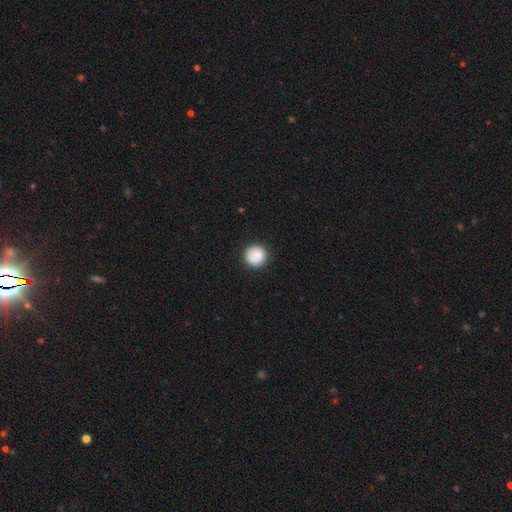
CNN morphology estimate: smooth_or_featured: smooth (p=0.80) [alt: featured or disk p=0.12]
how_rounded: round (p=0.94) [alt: in between p=0.05]
merging: none (p=0.84) [alt: minor disturbance p=0.11]